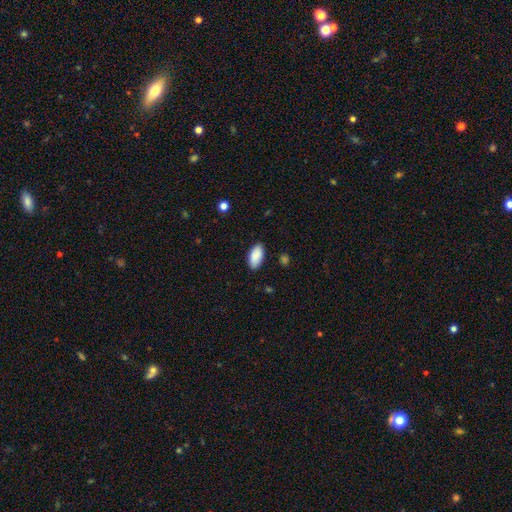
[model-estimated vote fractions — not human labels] smooth 90%, star or artifact 6%, featured or disk 4%. Down the decision tree: how rounded — in between (94%); merging — none (87%).